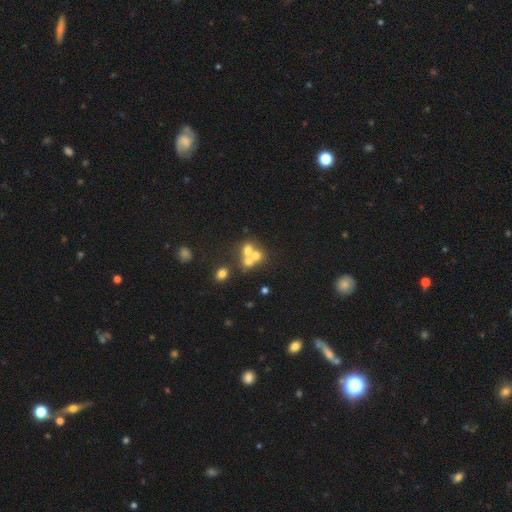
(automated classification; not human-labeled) A smooth galaxy with no disk features (54%) that is round (74%). Merging: merger (60%).